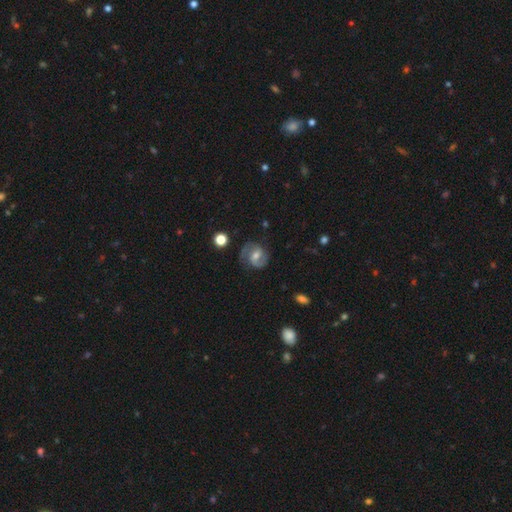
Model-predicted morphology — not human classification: Smooth or featured: featured or disk — 78% (smooth — 16%)
Edge-on disk: no — 98% (yes — 2%)
Bar: weak — 51% (no — 32%)
Spiral arms: yes — 94% (no — 6%)
Spiral winding: medium — 51% (tight — 30%)
Spiral arm count: 2 — 86% (1 — 6%)
Bulge size: moderate — 63% (small — 27%)
Merging: none — 76% (minor disturbance — 16%)